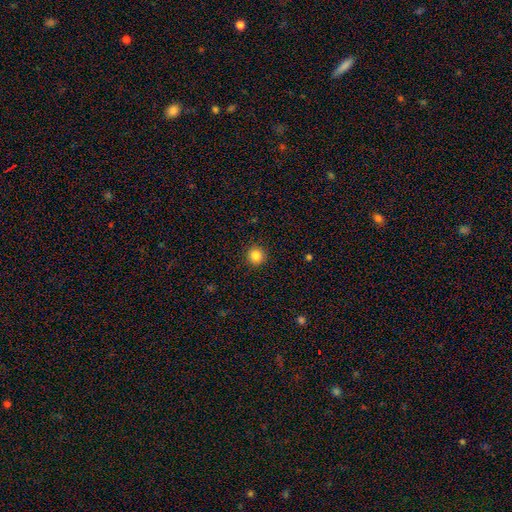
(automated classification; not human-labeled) Smooth or featured?
  - smooth: 85% *
  - star or artifact: 11%
  - featured or disk: 4%
How rounded?
  - round: 95% *
  - in between: 4%
  - cigar-shaped: 1%
Merging?
  - none: 92% *
  - minor disturbance: 5%
  - major disturbance: 2%
  - merger: 1%